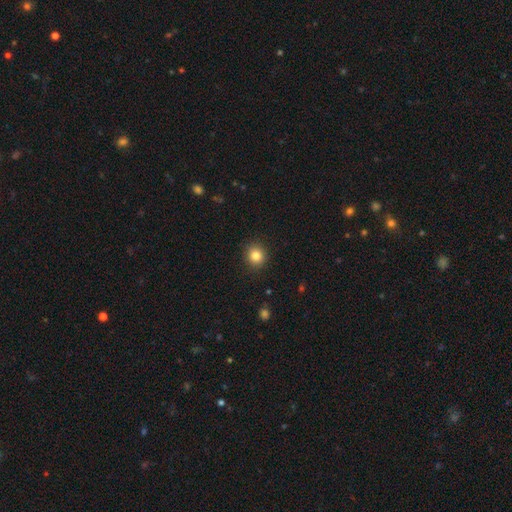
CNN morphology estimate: This appears to be a smooth galaxy with no disk features (83%) that is round (87%). Merging: none (91%).